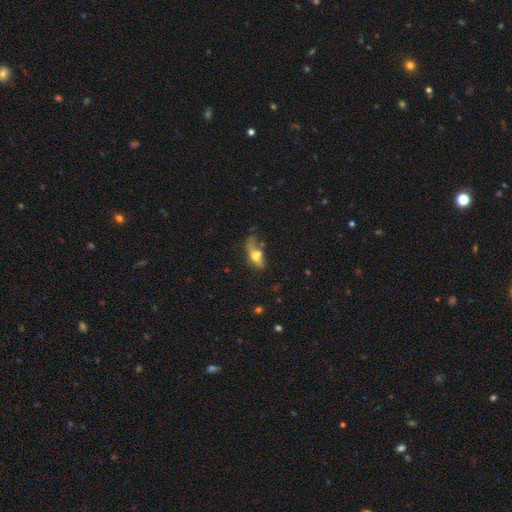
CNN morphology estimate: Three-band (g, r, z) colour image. It shows a smooth galaxy with no disk features (55%) that is in between round and cigar-shaped (71%). Merging: major disturbance (33%).